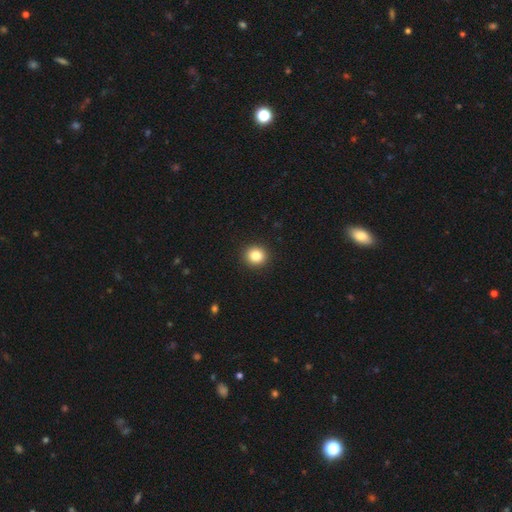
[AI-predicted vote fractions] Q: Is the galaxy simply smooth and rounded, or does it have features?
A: smooth — 85%.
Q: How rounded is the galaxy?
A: round — 89%.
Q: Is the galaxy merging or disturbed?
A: none — 93%.